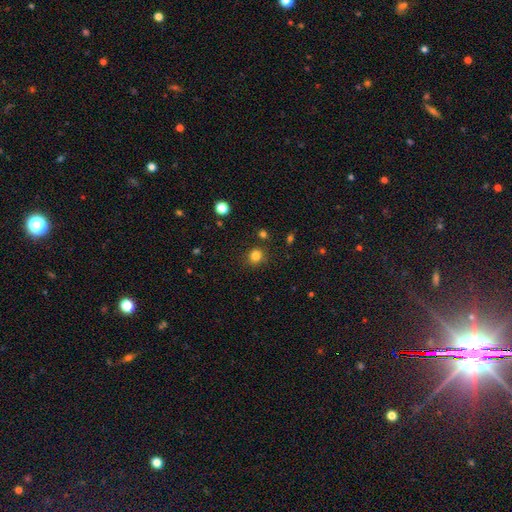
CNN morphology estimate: Q: Smooth or featured?
A: smooth (82%); runner-up: star or artifact (13%)
Q: How rounded?
A: round (85%); runner-up: in between (15%)
Q: Merging?
A: none (85%); runner-up: minor disturbance (9%)